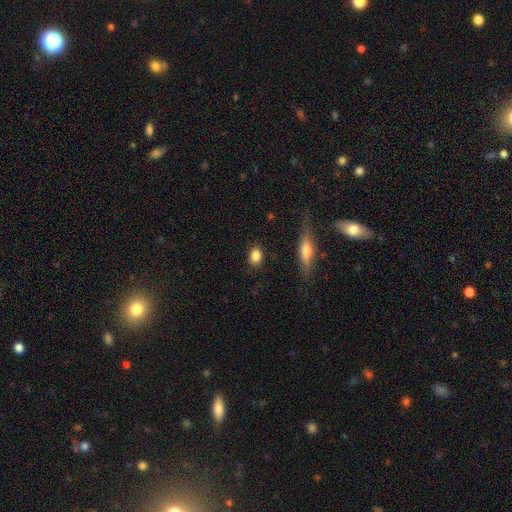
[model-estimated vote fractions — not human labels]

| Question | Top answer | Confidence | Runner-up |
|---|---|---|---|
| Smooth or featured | smooth | 85% | star or artifact (8%) |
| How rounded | in between | 60% | round (37%) |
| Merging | none | 87% | minor disturbance (9%) |